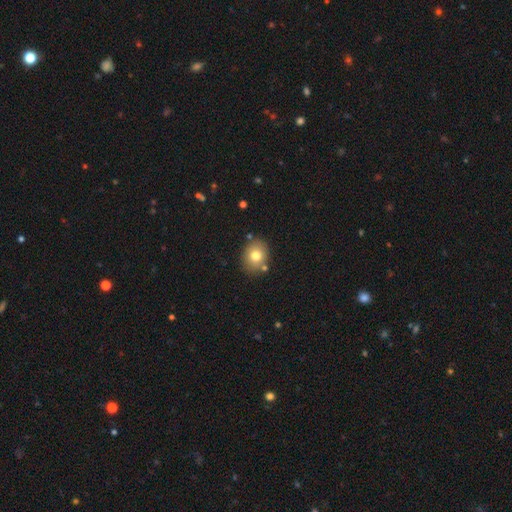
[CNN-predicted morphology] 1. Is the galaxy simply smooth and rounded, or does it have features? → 76% smooth, 14% featured or disk, 11% star or artifact.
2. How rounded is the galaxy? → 59% round, 40% in between, 1% cigar-shaped.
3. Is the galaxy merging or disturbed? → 80% none, 11% minor disturbance, 6% merger, 3% major disturbance.